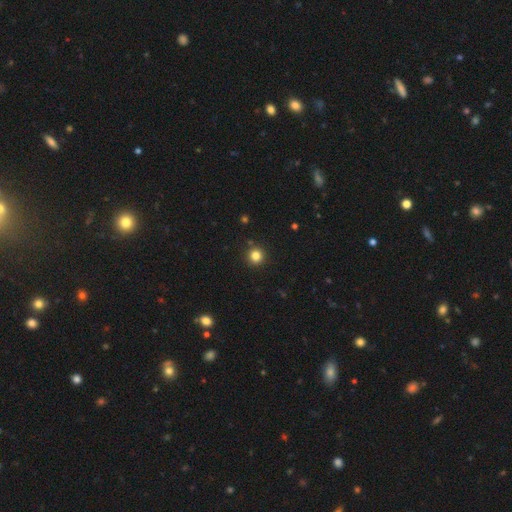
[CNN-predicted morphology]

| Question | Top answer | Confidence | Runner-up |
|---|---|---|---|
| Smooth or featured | smooth | 83% | star or artifact (13%) |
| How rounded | round | 94% | in between (5%) |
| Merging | none | 90% | minor disturbance (6%) |